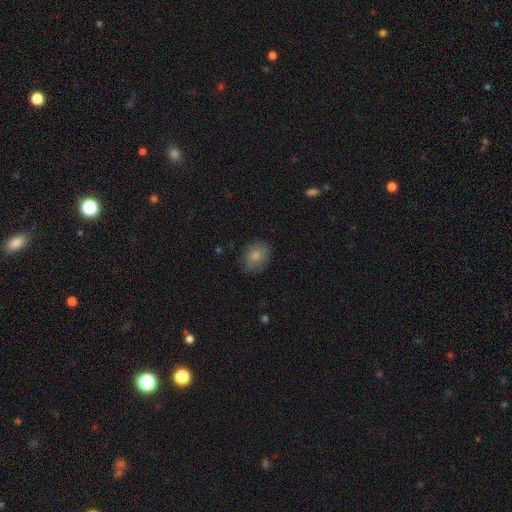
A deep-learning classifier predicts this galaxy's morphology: smooth 81%, featured or disk 12%, star or artifact 8%. Down the decision tree: how rounded — in between (51%); merging — none (71%).